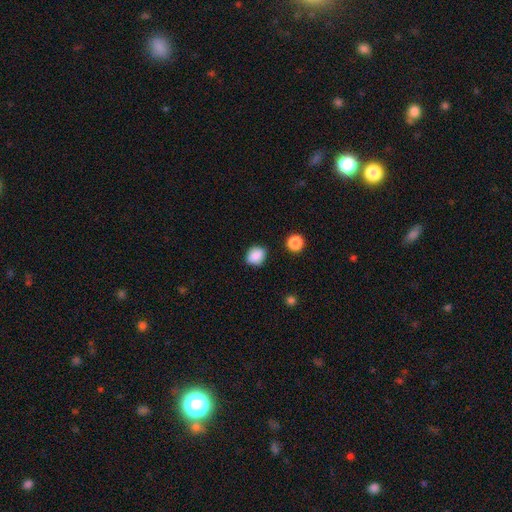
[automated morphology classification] smooth 87%, star or artifact 9%, featured or disk 4%. Down the decision tree: how rounded — round (57%); merging — none (81%).